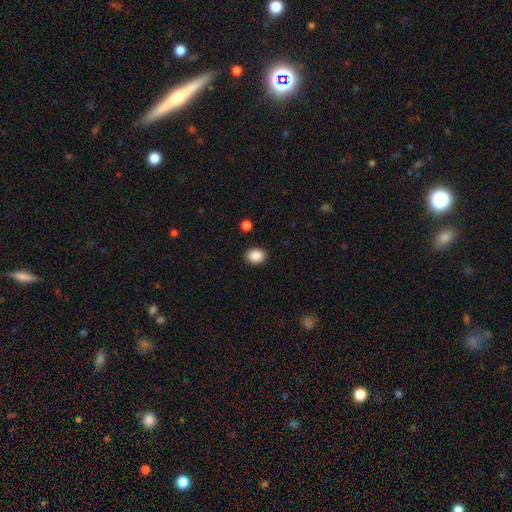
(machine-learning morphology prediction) This is clearly a smooth galaxy (88%). How rounded: likely round (60%). Merging: clearly none (90%).